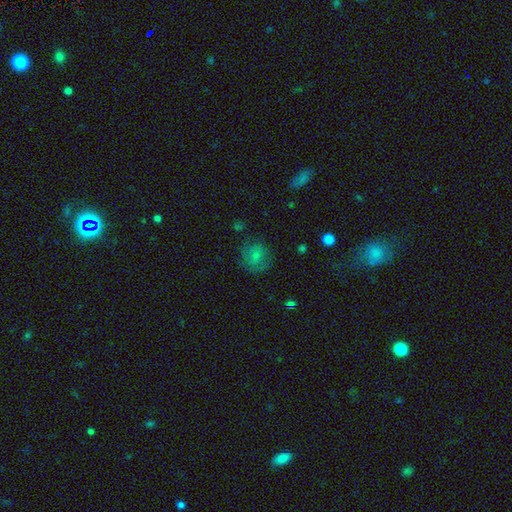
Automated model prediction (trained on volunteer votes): Smooth or featured: smooth — 71% (featured or disk — 18%)
How rounded: round — 83% (in between — 16%)
Merging: none — 72% (minor disturbance — 18%)